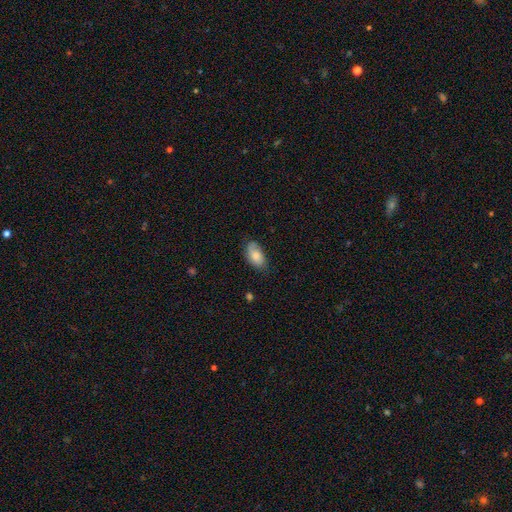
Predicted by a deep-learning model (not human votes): smooth-or-featured: smooth: 78% | featured or disk: 16% | star or artifact: 7%
  how-rounded: in between: 93% | round: 4% | cigar-shaped: 3%
  merging: none: 69% | minor disturbance: 24% | major disturbance: 5% | merger: 1%